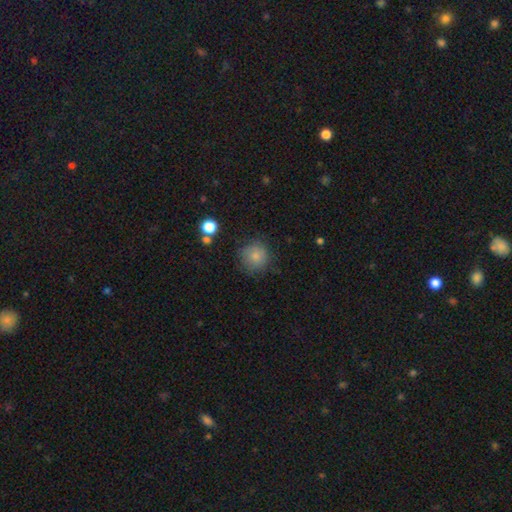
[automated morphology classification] Smooth or featured? Predicted: smooth (p=0.81). How rounded? Predicted: round (p=0.91). Merging? Predicted: none (p=0.77).